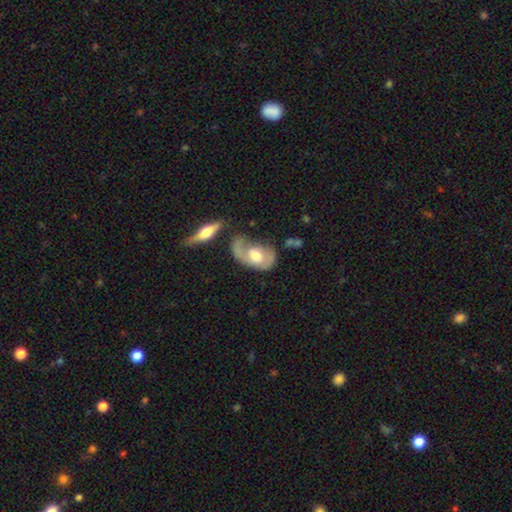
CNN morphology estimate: Smooth or featured? Predicted: featured or disk (p=0.60). Edge-on disk? Predicted: no (p=0.92). Bar? Predicted: no (p=0.71). Spiral arms? Predicted: yes (p=0.70). Bulge size? Predicted: moderate (p=0.64). Merging? Predicted: none (p=0.32).